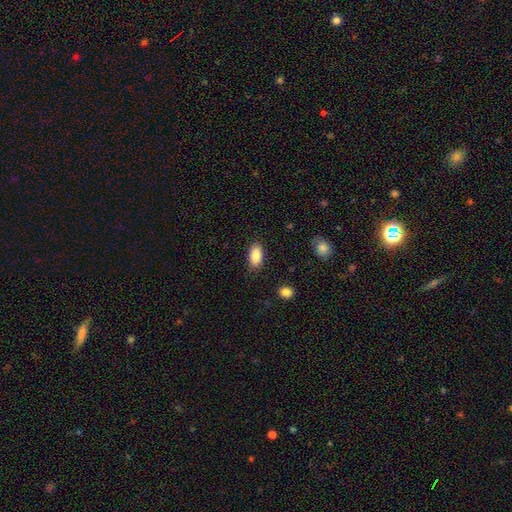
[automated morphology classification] Overall: smooth (89%). How rounded: in between (92%). Merging: none (84%).